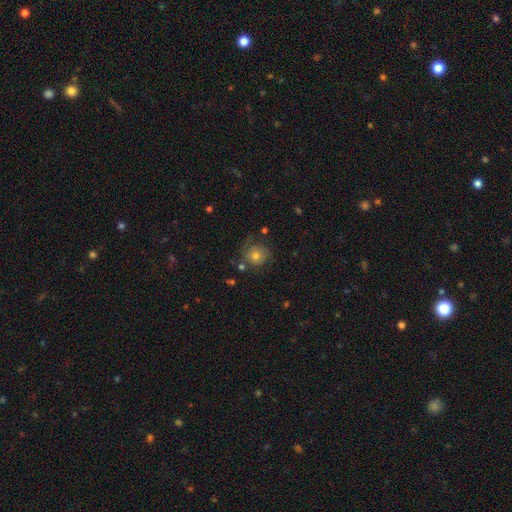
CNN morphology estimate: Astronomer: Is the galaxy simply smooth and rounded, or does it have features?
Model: smooth — 57%.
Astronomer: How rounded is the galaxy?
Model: round — 88%.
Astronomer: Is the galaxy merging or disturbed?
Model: none — 62%.